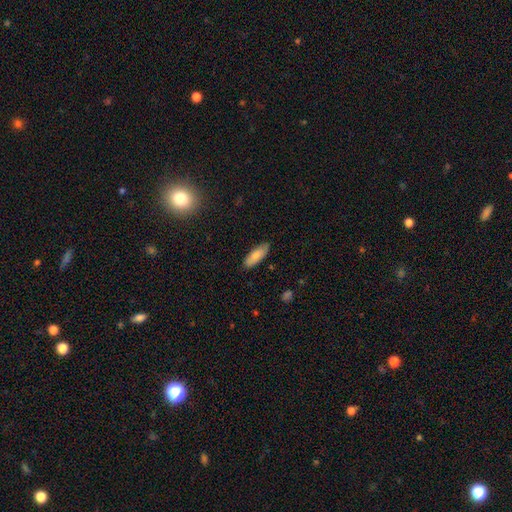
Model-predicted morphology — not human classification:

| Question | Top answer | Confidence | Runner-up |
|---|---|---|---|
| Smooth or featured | smooth | 81% | featured or disk (13%) |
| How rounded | in between | 66% | cigar-shaped (32%) |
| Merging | none | 86% | minor disturbance (11%) |